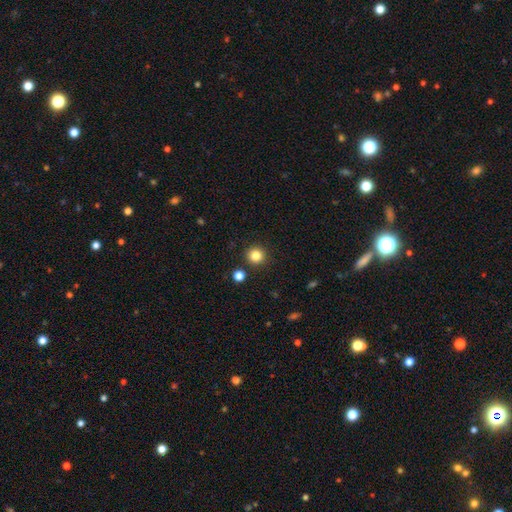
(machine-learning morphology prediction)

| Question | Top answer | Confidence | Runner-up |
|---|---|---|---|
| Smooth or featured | smooth | 84% | star or artifact (12%) |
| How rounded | round | 94% | in between (5%) |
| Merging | none | 90% | minor disturbance (5%) |